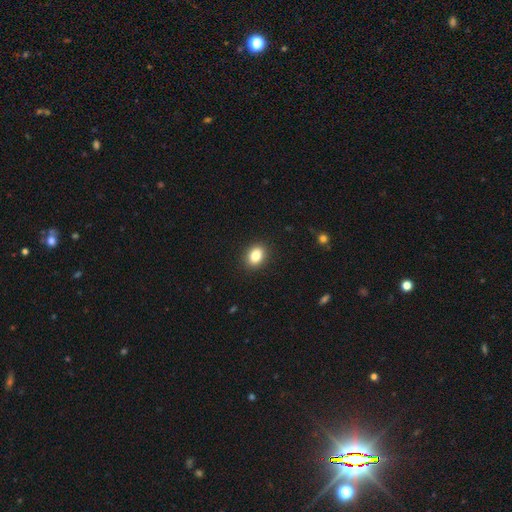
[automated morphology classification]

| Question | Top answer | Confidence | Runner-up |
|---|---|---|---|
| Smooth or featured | smooth | 84% | star or artifact (10%) |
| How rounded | in between | 60% | round (39%) |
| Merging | none | 90% | minor disturbance (7%) |